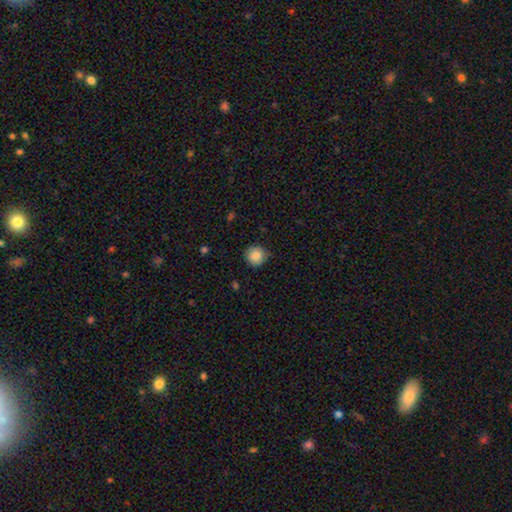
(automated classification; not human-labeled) smooth 87%, star or artifact 8%, featured or disk 5%. Down the decision tree: how rounded — round (93%); merging — none (83%).